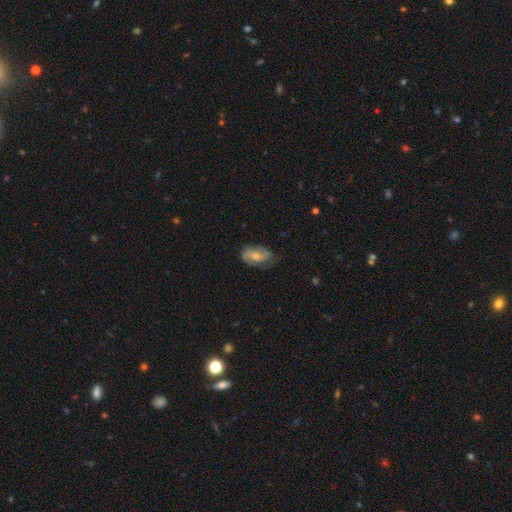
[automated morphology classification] This is possibly a featured or disk galaxy (56%). It is clearly not viewed edge-on (96%). Bar: possibly no (57%). Spiral arm pattern: clearly yes (87%). Central bulge: possibly moderate (50%). Merging: likely none (69%).